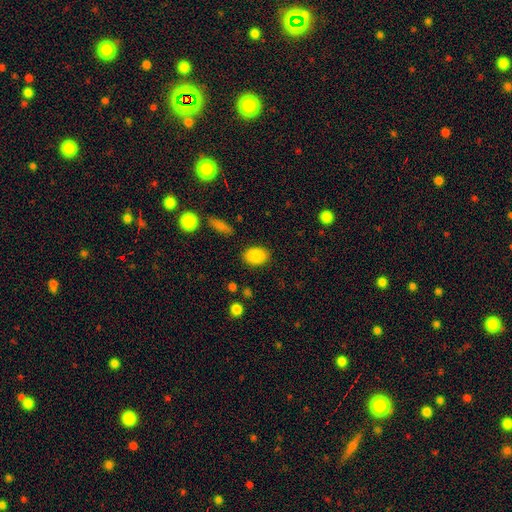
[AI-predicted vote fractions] Q: Smooth or featured?
A: smooth (88%); runner-up: star or artifact (8%)
Q: How rounded?
A: in between (79%); runner-up: round (20%)
Q: Merging?
A: none (86%); runner-up: minor disturbance (10%)